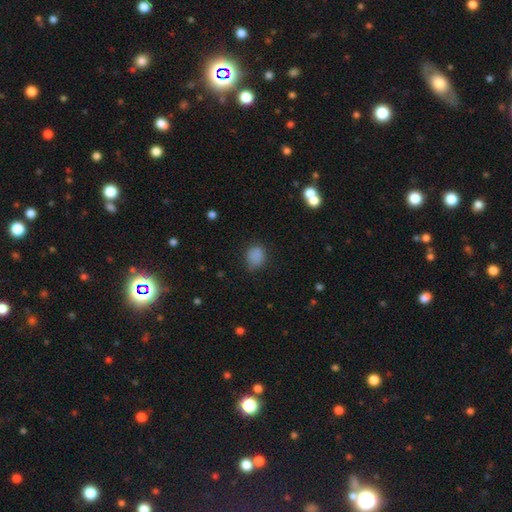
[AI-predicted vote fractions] Smooth or featured? smooth (83%)
How rounded? round (60%)
Merging? none (72%)